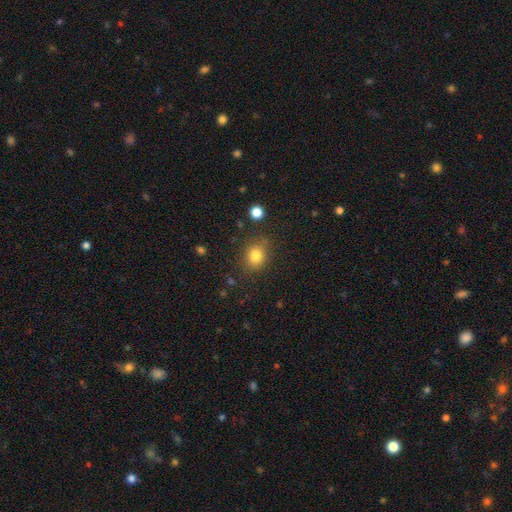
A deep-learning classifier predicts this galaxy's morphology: type=smooth (81%); roundness=round (59%); merging=none (78%).